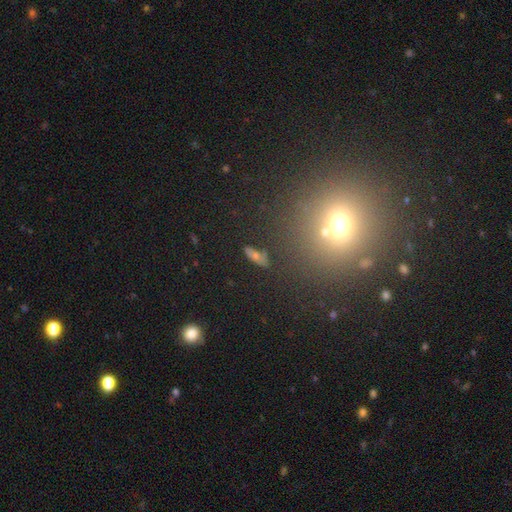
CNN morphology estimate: Smooth or featured: smooth — 55% (featured or disk — 26%)
How rounded: in between — 64% (cigar-shaped — 28%)
Merging: none — 76% (minor disturbance — 14%)